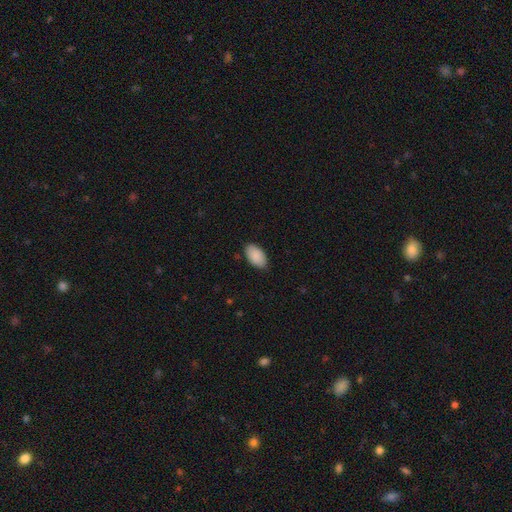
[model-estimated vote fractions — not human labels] smooth-or-featured: smooth: 90% | star or artifact: 6% | featured or disk: 4%
  how-rounded: in between: 95% | round: 3% | cigar-shaped: 2%
  merging: none: 84% | minor disturbance: 13% | major disturbance: 2% | merger: 1%